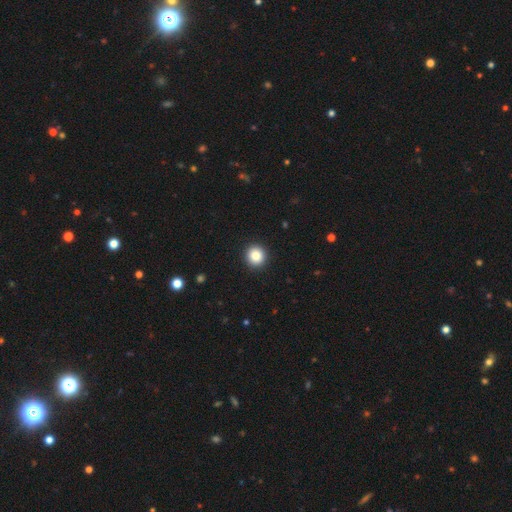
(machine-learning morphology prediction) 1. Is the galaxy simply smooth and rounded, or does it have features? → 85% smooth, 10% star or artifact, 6% featured or disk.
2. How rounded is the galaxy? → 91% round, 8% in between, 1% cigar-shaped.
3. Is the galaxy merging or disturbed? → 93% none, 5% minor disturbance, 2% major disturbance, 1% merger.